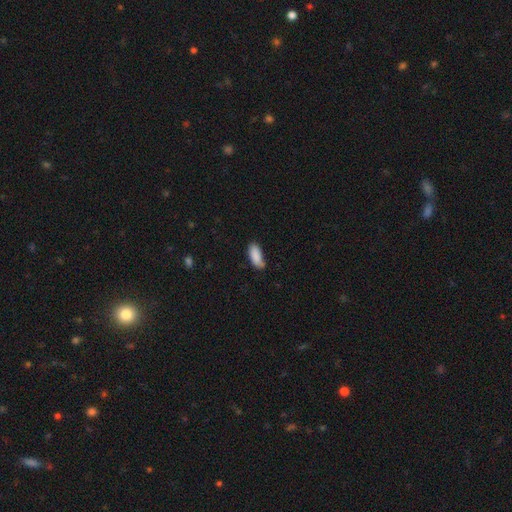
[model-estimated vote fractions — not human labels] Smooth or featured: smooth — 88% (star or artifact — 7%)
How rounded: in between — 84% (cigar-shaped — 15%)
Merging: none — 66% (minor disturbance — 27%)